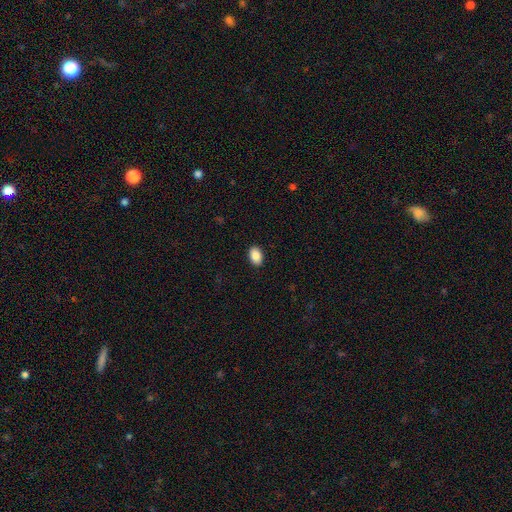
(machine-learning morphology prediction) Overall: smooth (88%). How rounded: in between (86%). Merging: none (90%).